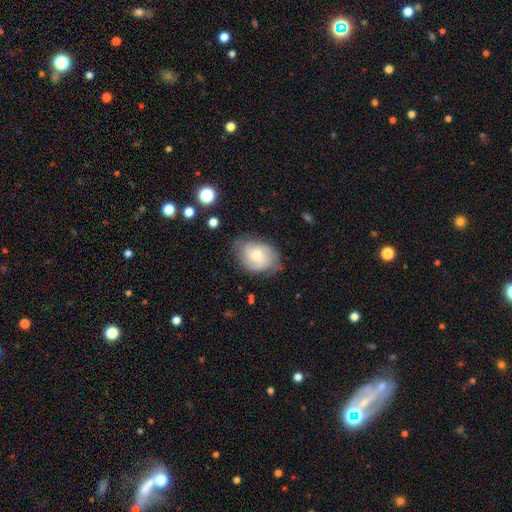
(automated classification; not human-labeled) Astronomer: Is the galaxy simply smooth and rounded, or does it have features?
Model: featured or disk — 47% (runner-up: smooth, 45%).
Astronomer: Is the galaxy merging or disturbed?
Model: none — 67%.